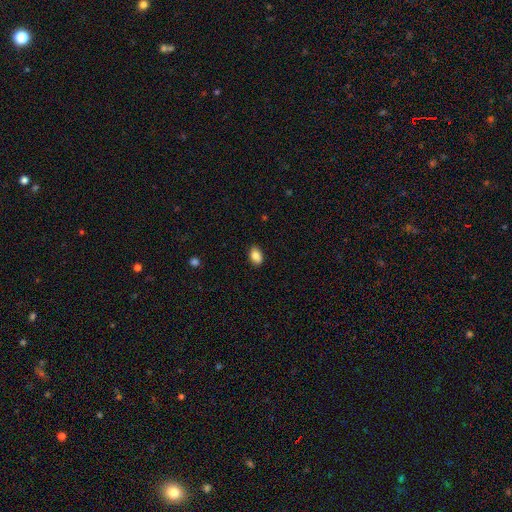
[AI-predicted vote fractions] The model was most divided on "how rounded": in between: 86%, round: 13%, cigar-shaped: 1%. More confident: merging — none (88%); smooth or featured — smooth (85%).